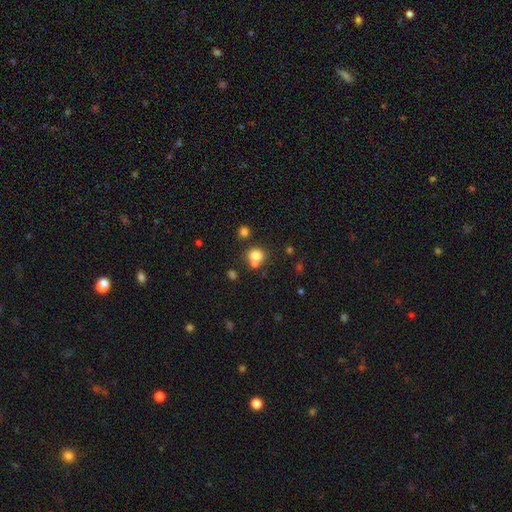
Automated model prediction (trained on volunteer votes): Q: Smooth or featured?
A: smooth (76%); runner-up: star or artifact (14%)
Q: How rounded?
A: round (78%); runner-up: in between (21%)
Q: Merging?
A: none (53%); runner-up: merger (34%)